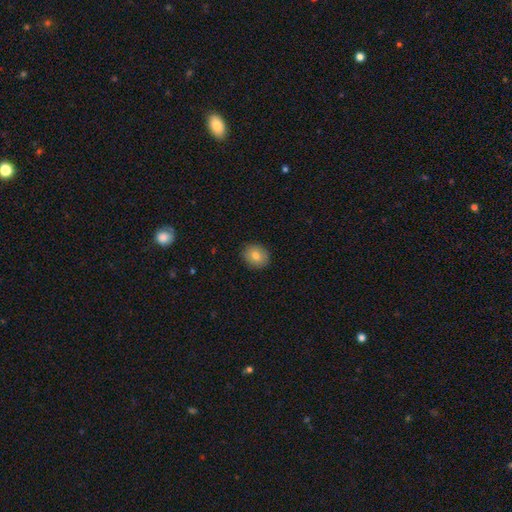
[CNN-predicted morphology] Smooth or featured? smooth (79%)
How rounded? round (61%)
Merging? none (89%)